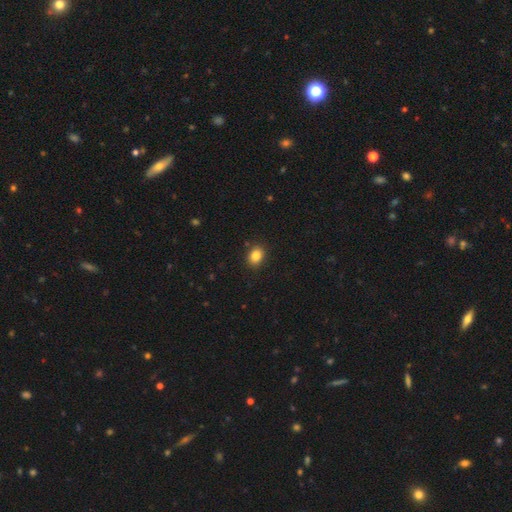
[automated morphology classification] smooth 84%, star or artifact 10%, featured or disk 5%. Down the decision tree: how rounded — in between (50%); merging — none (88%).